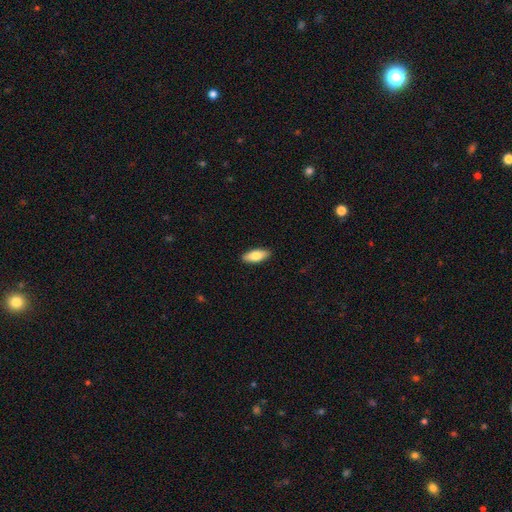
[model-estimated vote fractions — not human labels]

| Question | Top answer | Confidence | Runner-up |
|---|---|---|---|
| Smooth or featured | smooth | 78% | featured or disk (16%) |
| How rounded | in between | 80% | cigar-shaped (18%) |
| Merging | none | 90% | minor disturbance (7%) |